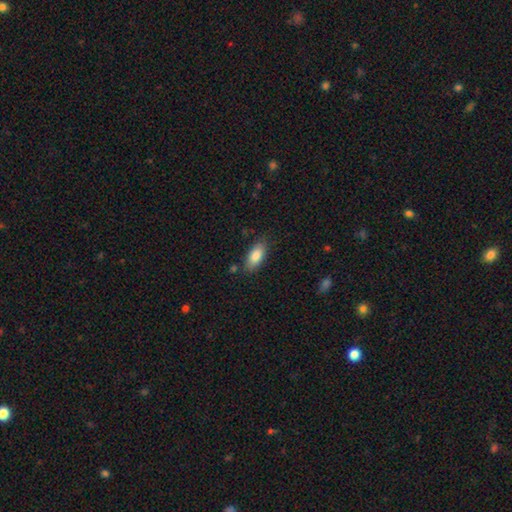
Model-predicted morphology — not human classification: A smooth galaxy with no disk features (85%) that is in between round and cigar-shaped (87%). Merging: none (79%).